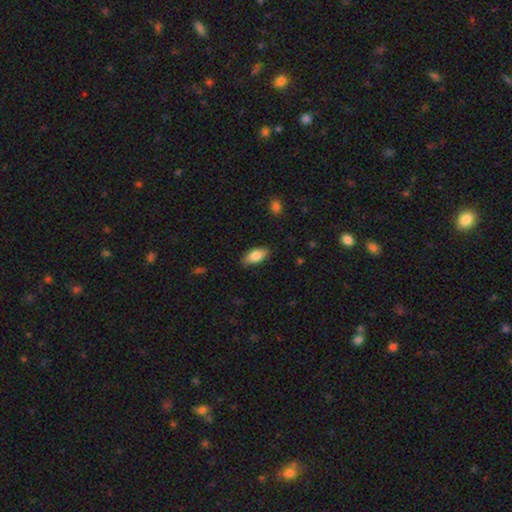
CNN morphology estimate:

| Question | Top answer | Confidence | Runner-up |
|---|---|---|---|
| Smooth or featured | smooth | 82% | featured or disk (11%) |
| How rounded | in between | 88% | cigar-shaped (9%) |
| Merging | none | 83% | minor disturbance (14%) |